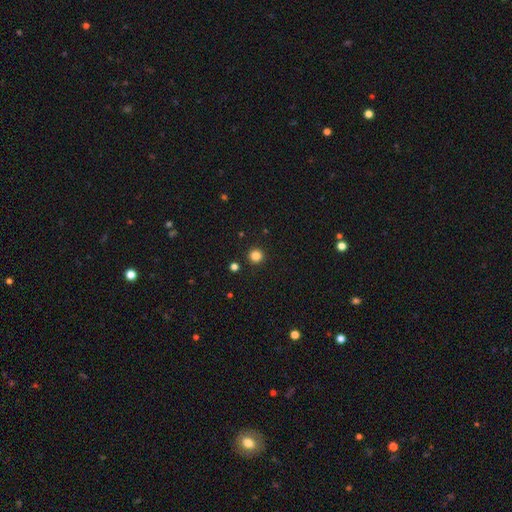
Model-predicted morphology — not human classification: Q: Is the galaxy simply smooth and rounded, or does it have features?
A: smooth — 84%.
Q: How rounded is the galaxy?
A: round — 96%.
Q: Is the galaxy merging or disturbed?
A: none — 93%.